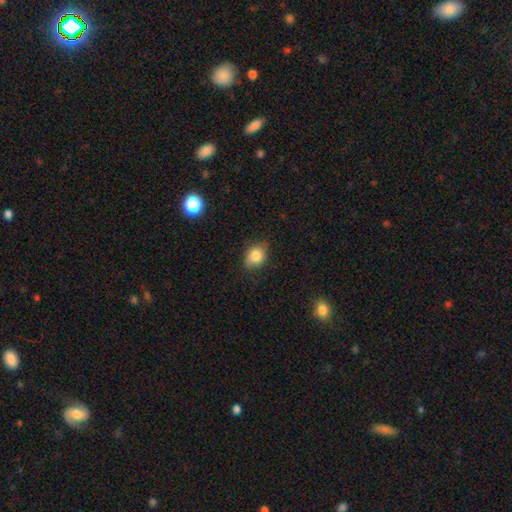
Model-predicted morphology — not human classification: smooth-or-featured: smooth: 83% | star or artifact: 9% | featured or disk: 8%
  how-rounded: in between: 60% | round: 39% | cigar-shaped: 1%
  merging: none: 76% | minor disturbance: 19% | major disturbance: 4% | merger: 1%